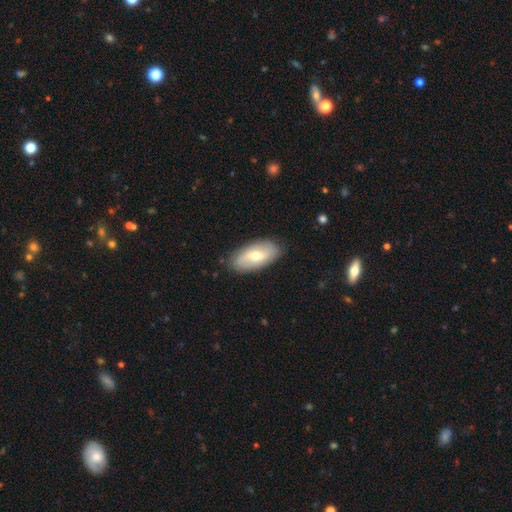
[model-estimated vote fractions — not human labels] Smooth or featured?
  - smooth: 52% *
  - featured or disk: 42%
  - star or artifact: 6%
How rounded?
  - in between: 91% *
  - cigar-shaped: 6%
  - round: 3%
Merging?
  - none: 85% *
  - minor disturbance: 11%
  - major disturbance: 2%
  - merger: 1%